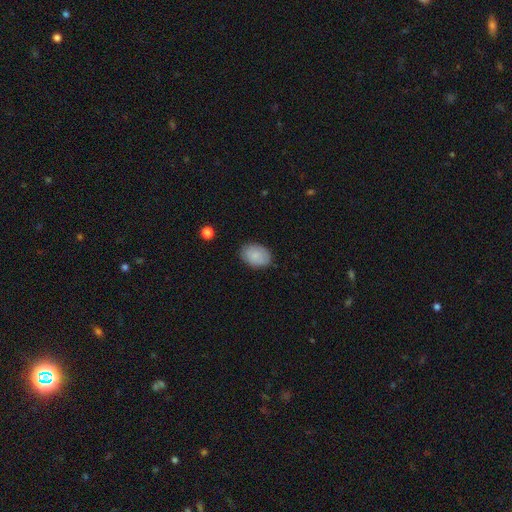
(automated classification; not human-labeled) The model was most divided on "how rounded": in between: 80%, round: 19%, cigar-shaped: 1%. More confident: smooth or featured — smooth (84%); merging — none (84%).